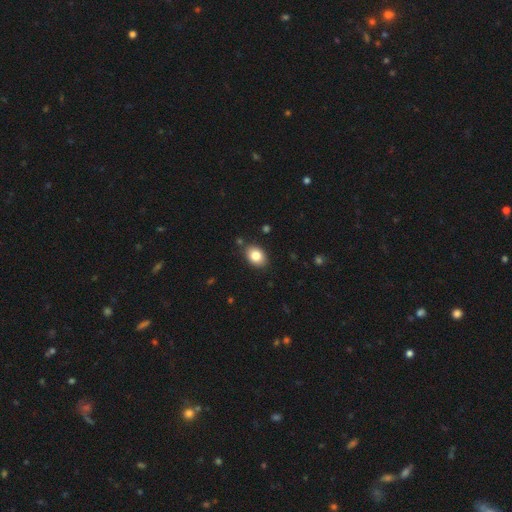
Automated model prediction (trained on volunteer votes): Smooth or featured: smooth — 83% (featured or disk — 9%)
How rounded: in between — 79% (round — 20%)
Merging: none — 85% (minor disturbance — 11%)